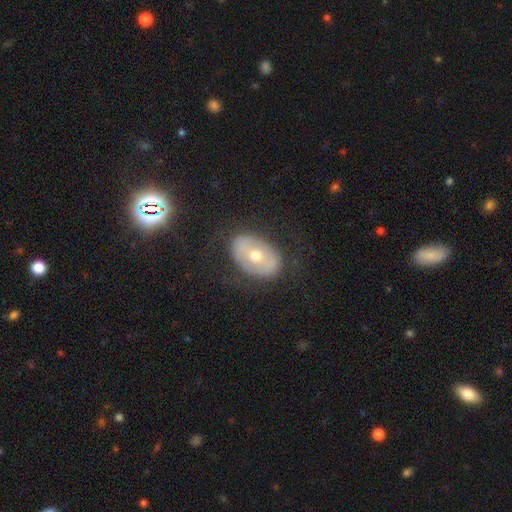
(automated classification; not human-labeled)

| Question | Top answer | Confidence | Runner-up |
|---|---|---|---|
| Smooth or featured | featured or disk | 46% | smooth (44%) |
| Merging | none | 77% | minor disturbance (14%) |